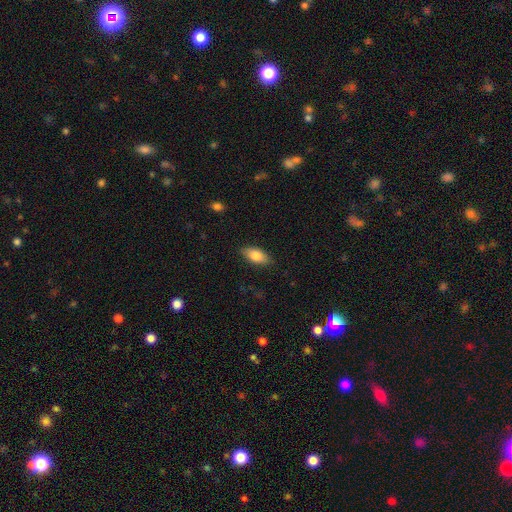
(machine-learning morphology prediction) The model was most divided on "smooth or featured": smooth: 81%, featured or disk: 12%, star or artifact: 7%. More confident: how rounded — in between (87%); merging — none (85%).